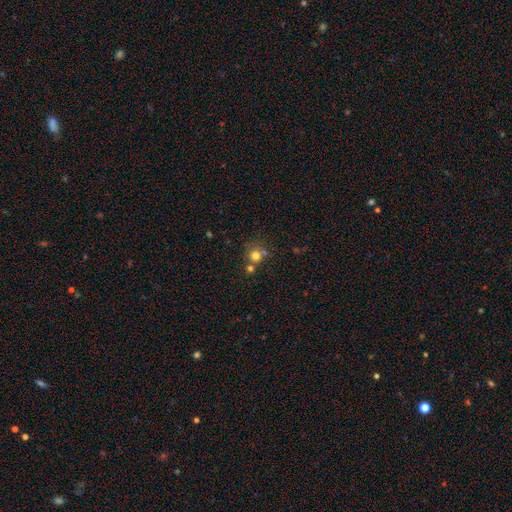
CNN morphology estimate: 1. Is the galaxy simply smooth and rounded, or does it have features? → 75% smooth, 16% star or artifact, 10% featured or disk.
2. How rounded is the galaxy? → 88% round, 11% in between, 1% cigar-shaped.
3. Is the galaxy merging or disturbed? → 58% none, 28% merger, 9% minor disturbance, 4% major disturbance.